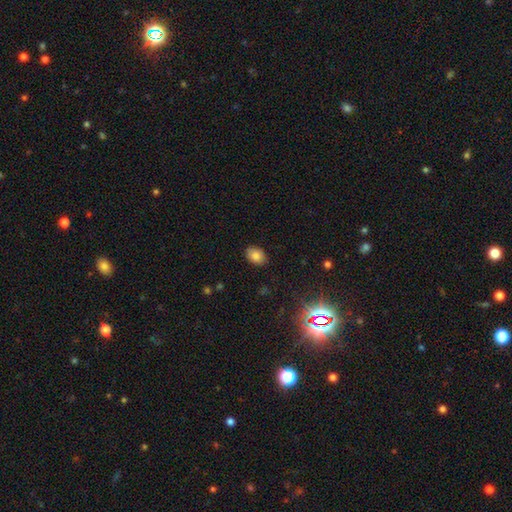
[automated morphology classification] The model was most divided on "how rounded": in between: 78%, round: 21%, cigar-shaped: 1%. More confident: merging — none (87%); smooth or featured — smooth (81%).